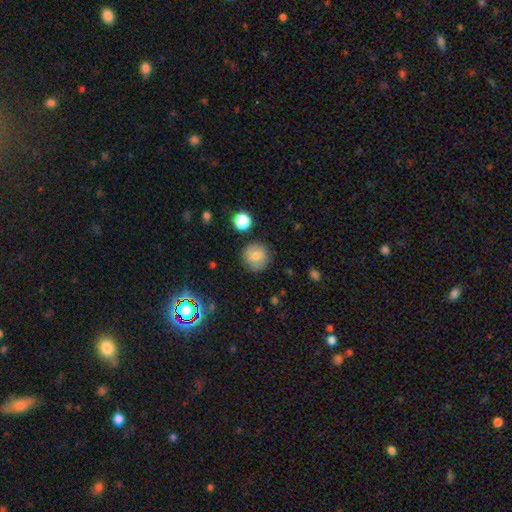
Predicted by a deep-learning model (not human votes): This appears to be a smooth galaxy with no disk features (77%) that is round (93%). Merging: none (85%).